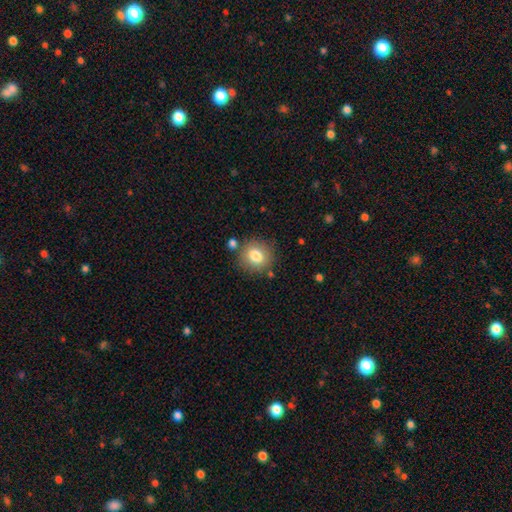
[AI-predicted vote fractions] This is likely a smooth galaxy (79%). How rounded: clearly round (83%). Merging: clearly none (81%).